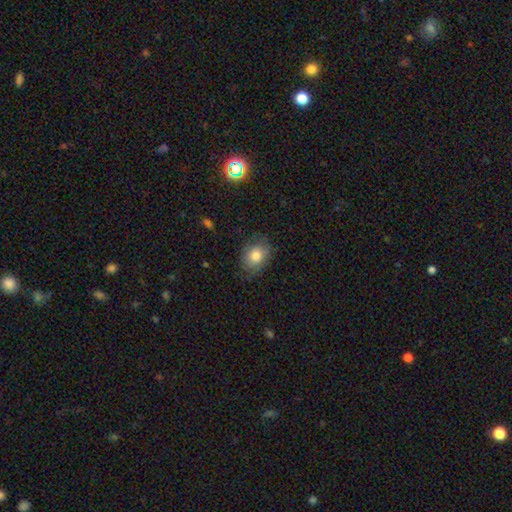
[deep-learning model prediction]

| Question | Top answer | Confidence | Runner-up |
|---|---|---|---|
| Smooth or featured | smooth | 79% | featured or disk (13%) |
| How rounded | in between | 65% | round (34%) |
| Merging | none | 75% | minor disturbance (19%) |